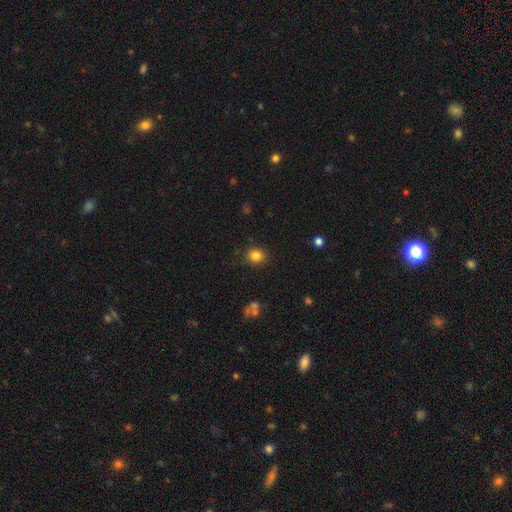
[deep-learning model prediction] A smooth galaxy with no disk features (83%) that is round (74%). Merging: none (86%).